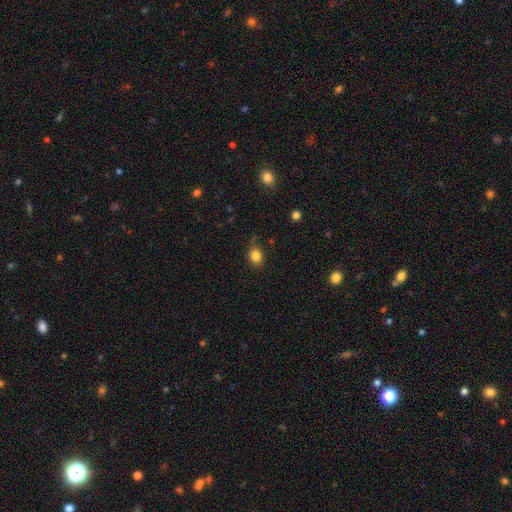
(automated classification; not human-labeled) smooth 83%, star or artifact 11%, featured or disk 6%. Down the decision tree: how rounded — in between (51%); merging — none (76%).